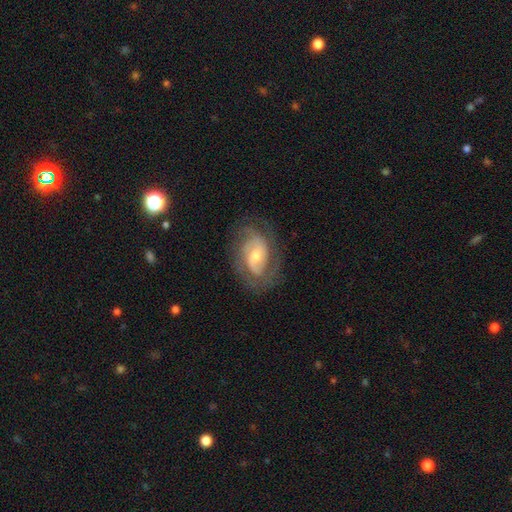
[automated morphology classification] Overall: featured or disk (83%). Edge-on disk: no (97%). Bar: no (45%; weak 43%). Spiral arms: yes (93%). Spiral arm count: 2 (54%; can't tell 21%). Spiral winding: tight (45%; medium 42%). Bulge size: moderate (53%; small 40%). Merging: none (73%).